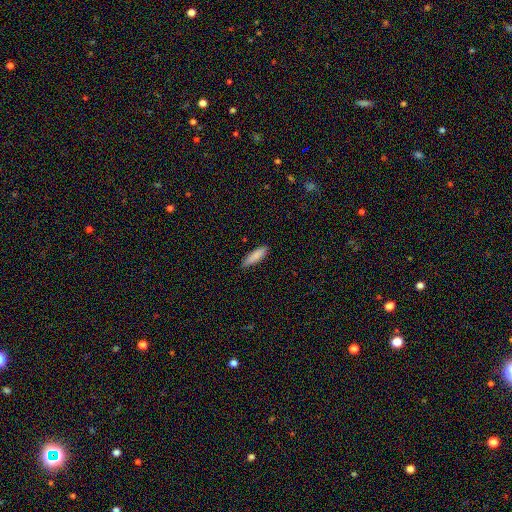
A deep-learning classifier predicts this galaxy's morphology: The model was most divided on "how rounded": cigar-shaped: 57%, in between: 41%, round: 1%. More confident: smooth or featured — smooth (86%); merging — none (84%).